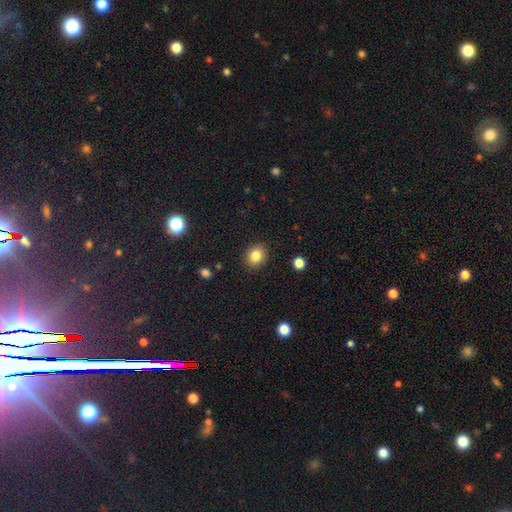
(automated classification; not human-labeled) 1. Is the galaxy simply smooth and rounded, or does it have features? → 83% smooth, 10% star or artifact, 6% featured or disk.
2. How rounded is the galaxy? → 64% round, 35% in between, 1% cigar-shaped.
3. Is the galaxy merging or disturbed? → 89% none, 7% minor disturbance, 2% major disturbance, 1% merger.